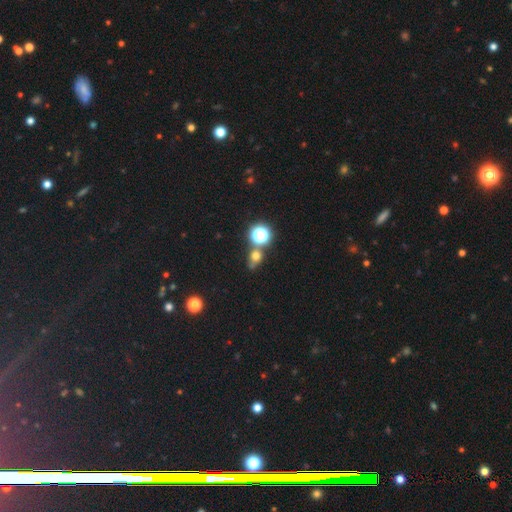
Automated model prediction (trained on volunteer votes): smooth 60%, star or artifact 28%, featured or disk 12%. Down the decision tree: how rounded — round (69%); merging — none (55%).